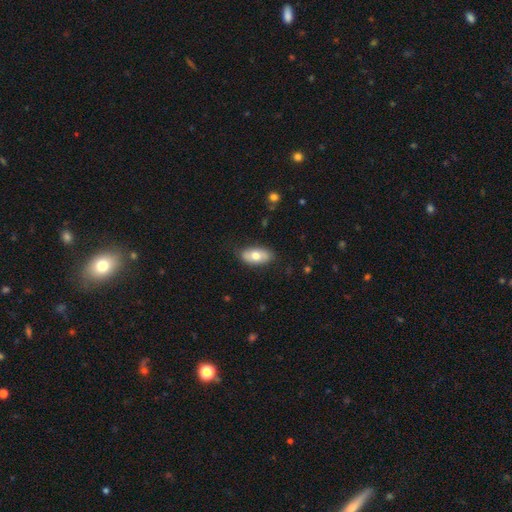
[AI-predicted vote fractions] smooth 70%, featured or disk 24%, star or artifact 6%. Down the decision tree: how rounded — in between (92%); merging — none (81%).